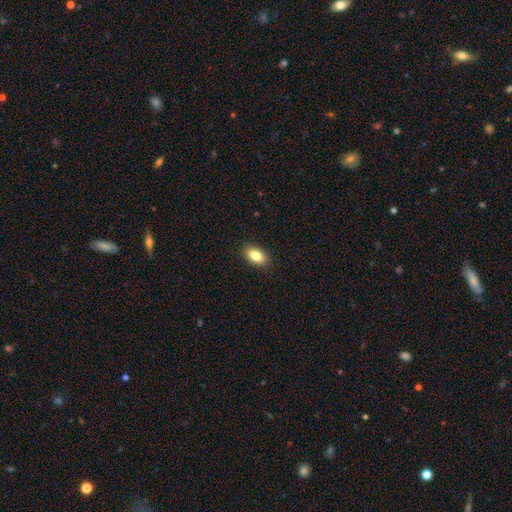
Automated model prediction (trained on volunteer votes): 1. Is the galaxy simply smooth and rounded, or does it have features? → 83% smooth, 9% featured or disk, 8% star or artifact.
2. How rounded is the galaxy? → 91% in between, 6% round, 3% cigar-shaped.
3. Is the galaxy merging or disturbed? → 89% none, 8% minor disturbance, 2% major disturbance, 1% merger.